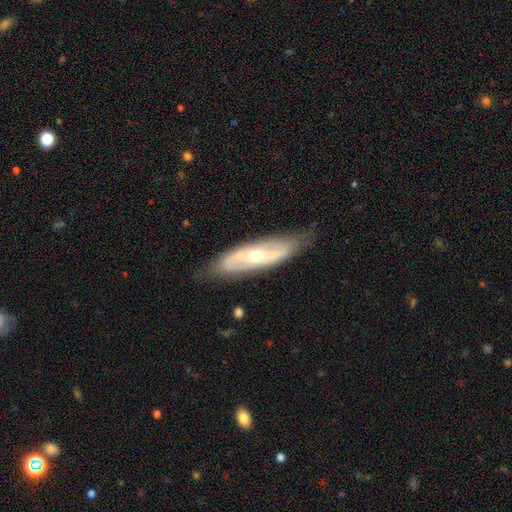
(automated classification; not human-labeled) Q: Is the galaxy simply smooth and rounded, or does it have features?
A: featured or disk — 72%.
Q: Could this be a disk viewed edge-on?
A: no — 75%.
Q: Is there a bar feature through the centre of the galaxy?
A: no — 51%.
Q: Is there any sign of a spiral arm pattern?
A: yes — 78%.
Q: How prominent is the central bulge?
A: small — 49%.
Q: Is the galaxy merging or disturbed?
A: none — 77%.